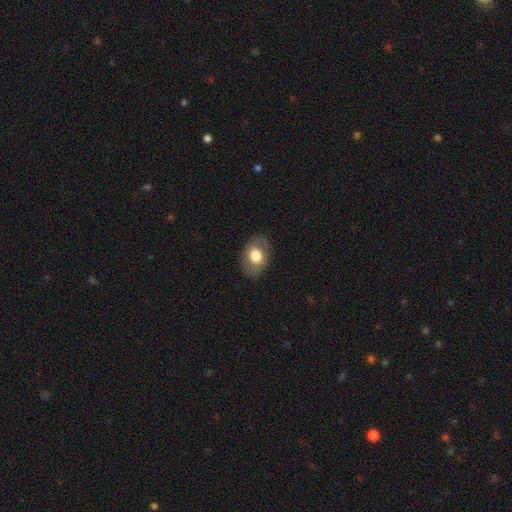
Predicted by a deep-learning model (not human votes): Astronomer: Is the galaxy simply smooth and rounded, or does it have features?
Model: smooth — 67%.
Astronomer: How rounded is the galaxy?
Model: in between — 74%.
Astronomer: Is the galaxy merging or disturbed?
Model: none — 82%.